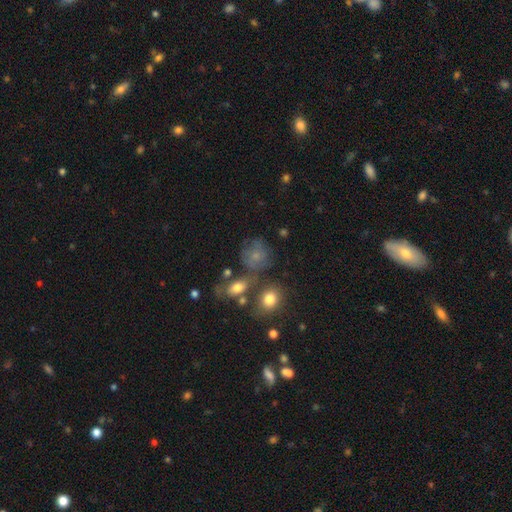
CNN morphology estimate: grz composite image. It shows a smooth galaxy with no disk features (63%) that is round (68%). Merging: none (51%).